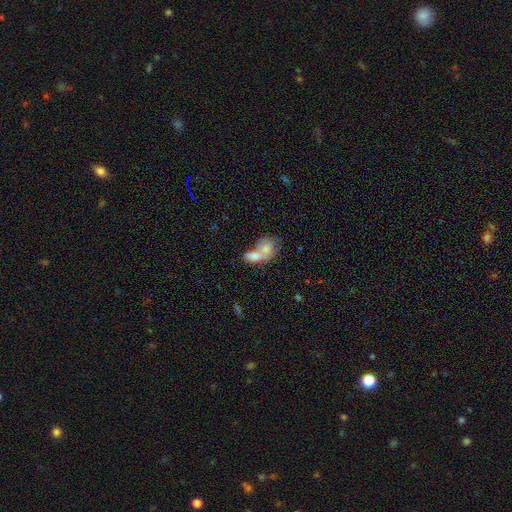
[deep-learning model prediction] A smooth galaxy with no disk features (73%) that is in between round and cigar-shaped (76%). Merging: merger (69%).